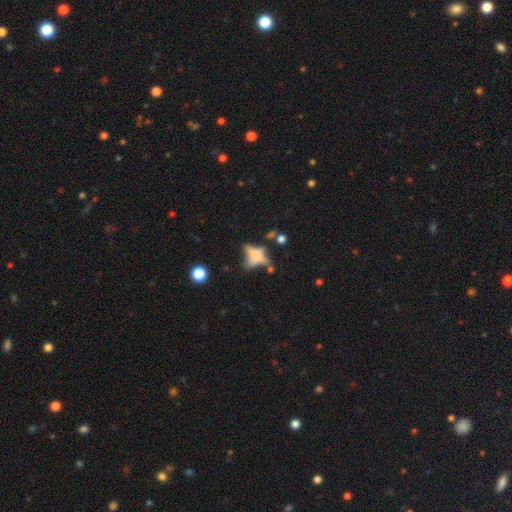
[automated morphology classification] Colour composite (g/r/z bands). It shows a featured or disk galaxy (46%). Merging: none (44%).